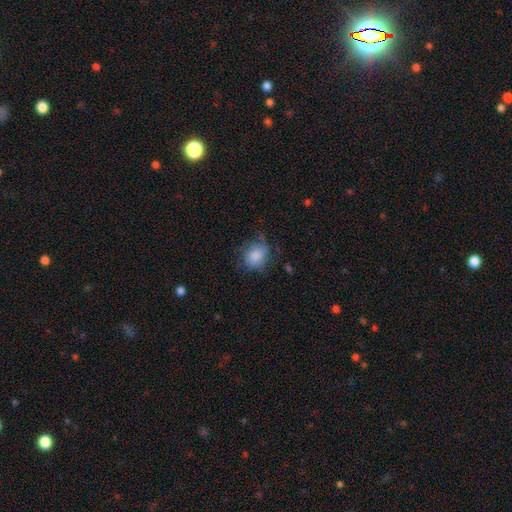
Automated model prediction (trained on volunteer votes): This is likely a smooth galaxy (79%). How rounded: possibly round (57%). Merging: possibly none (55%).